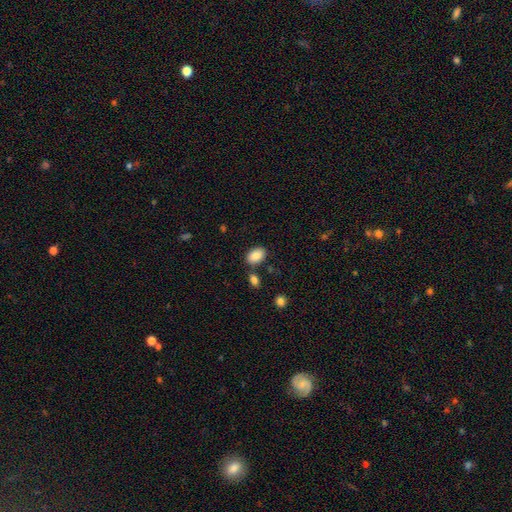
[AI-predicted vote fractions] Morphology: type=smooth (87%); roundness=in between (88%); merging=none (78%).